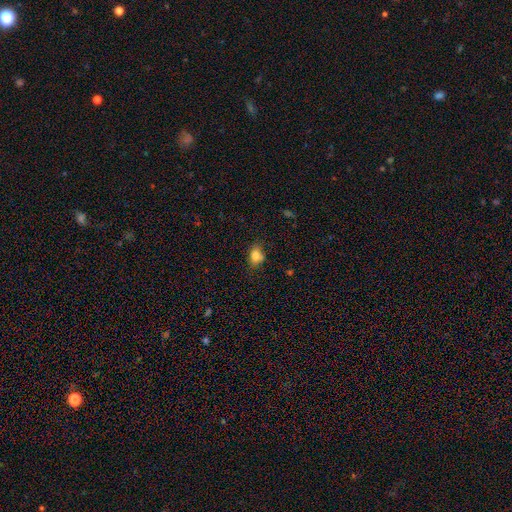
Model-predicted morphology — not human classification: smooth_or_featured: smooth (p=0.79) [alt: star or artifact p=0.11]
how_rounded: in between (p=0.66) [alt: round p=0.32]
merging: none (p=0.66) [alt: minor disturbance p=0.23]